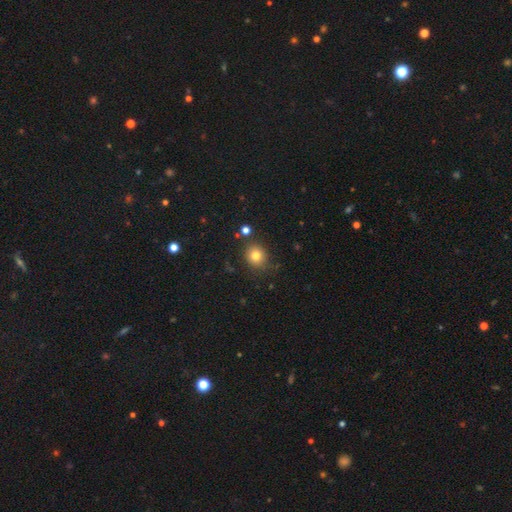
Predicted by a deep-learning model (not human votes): smooth 79%, star or artifact 13%, featured or disk 8%. Down the decision tree: how rounded — round (80%); merging — none (81%).